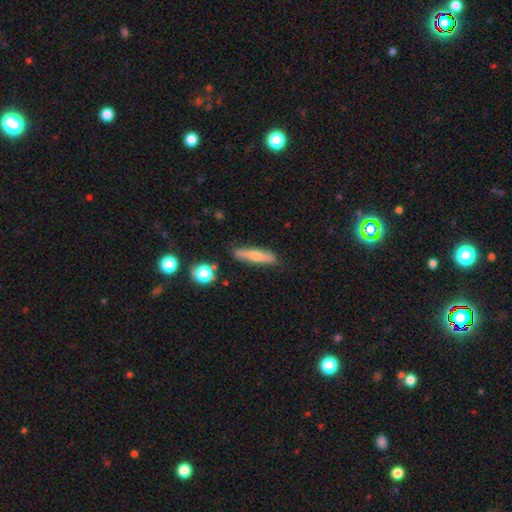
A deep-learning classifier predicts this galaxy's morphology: Smooth or featured: smooth — 56% (featured or disk — 35%)
How rounded: cigar-shaped — 81% (in between — 16%)
Merging: none — 84% (minor disturbance — 12%)